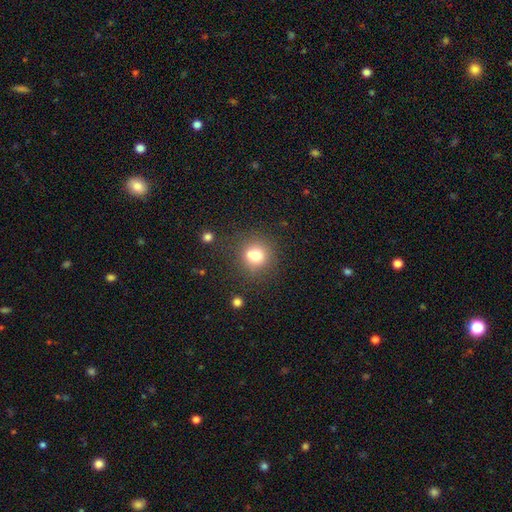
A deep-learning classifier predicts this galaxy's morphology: A smooth galaxy with no disk features (72%) that is round (87%).

Vote fractions:
- Smooth or featured? smooth: 72% / featured or disk: 15% / star or artifact: 13%
- How rounded? round: 87% / in between: 12% / cigar-shaped: 1%
- Merging? none: 61% / merger: 23% / minor disturbance: 11% / major disturbance: 4%